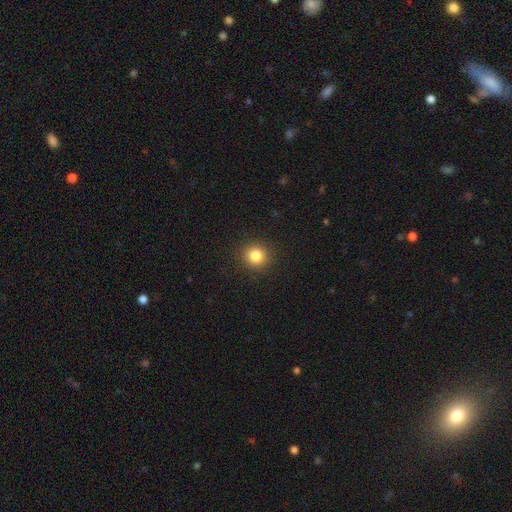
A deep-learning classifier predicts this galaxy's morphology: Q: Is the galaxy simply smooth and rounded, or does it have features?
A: smooth — 83%.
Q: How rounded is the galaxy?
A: round — 91%.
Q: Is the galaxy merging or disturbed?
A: none — 91%.